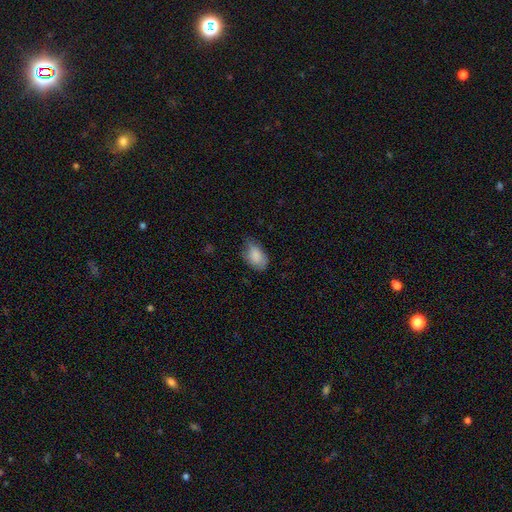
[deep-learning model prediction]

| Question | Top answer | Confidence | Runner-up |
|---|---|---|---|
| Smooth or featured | smooth | 86% | featured or disk (8%) |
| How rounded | in between | 92% | round (7%) |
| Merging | none | 63% | minor disturbance (29%) |